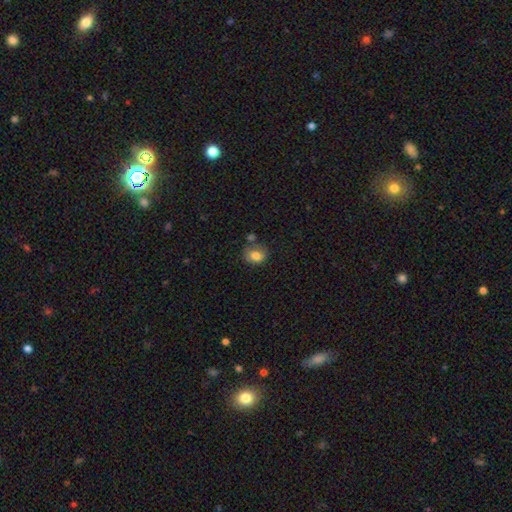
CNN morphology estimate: Overall: smooth (80%). How rounded: round (58%; in between 42%). Merging: none (60%; minor disturbance 21%).